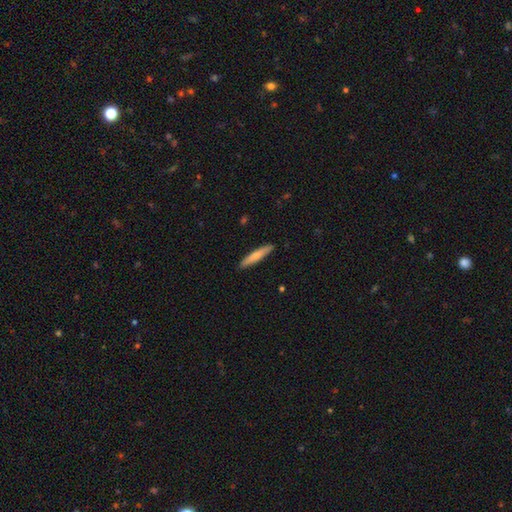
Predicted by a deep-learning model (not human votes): This is likely a smooth galaxy (72%). How rounded: clearly cigar-shaped (91%). Merging: clearly none (90%).